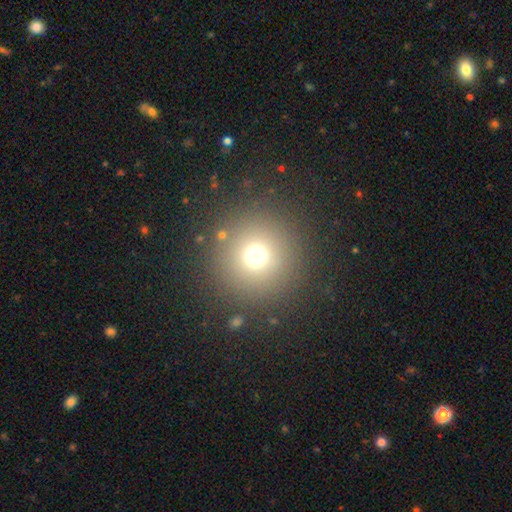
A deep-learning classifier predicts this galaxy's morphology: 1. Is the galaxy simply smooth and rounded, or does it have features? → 69% smooth, 22% star or artifact, 9% featured or disk.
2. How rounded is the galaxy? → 96% round, 3% in between, 1% cigar-shaped.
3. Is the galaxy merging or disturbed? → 87% none, 6% minor disturbance, 4% major disturbance, 3% merger.